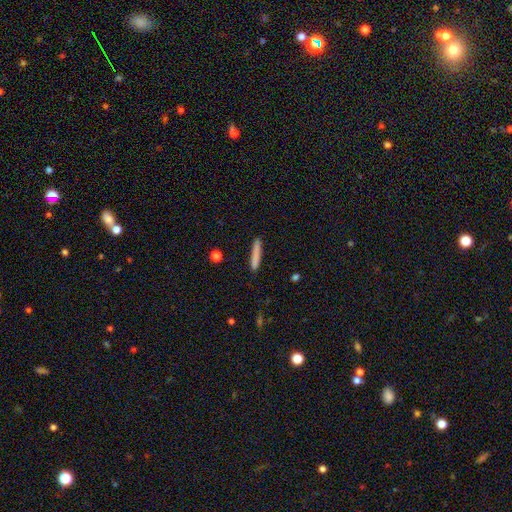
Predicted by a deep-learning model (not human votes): Smooth or featured?
  - smooth: 82% *
  - featured or disk: 11%
  - star or artifact: 7%
How rounded?
  - cigar-shaped: 94% *
  - in between: 5%
  - round: 1%
Merging?
  - none: 88% *
  - minor disturbance: 9%
  - major disturbance: 2%
  - merger: 2%